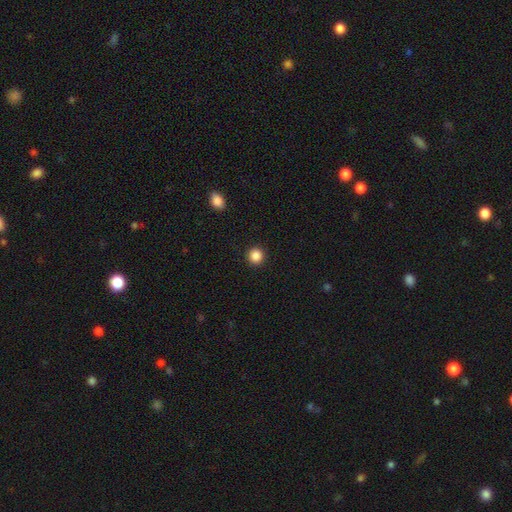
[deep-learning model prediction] Q: Smooth or featured?
A: smooth (86%); runner-up: star or artifact (10%)
Q: How rounded?
A: round (95%); runner-up: in between (4%)
Q: Merging?
A: none (93%); runner-up: minor disturbance (4%)